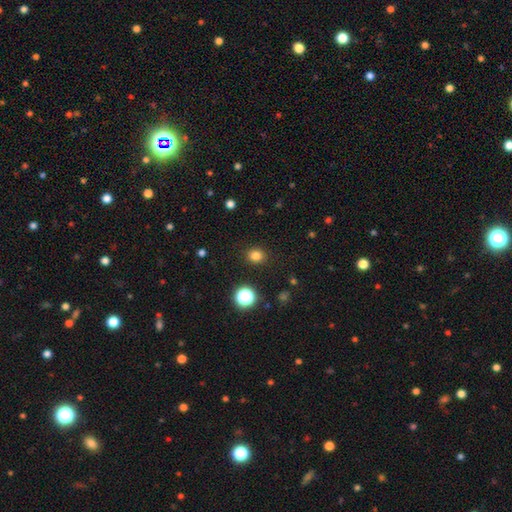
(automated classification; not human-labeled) smooth-or-featured: smooth: 81% | star or artifact: 15% | featured or disk: 4%
  how-rounded: round: 68% | in between: 31% | cigar-shaped: 1%
  merging: none: 89% | minor disturbance: 7% | major disturbance: 3% | merger: 1%